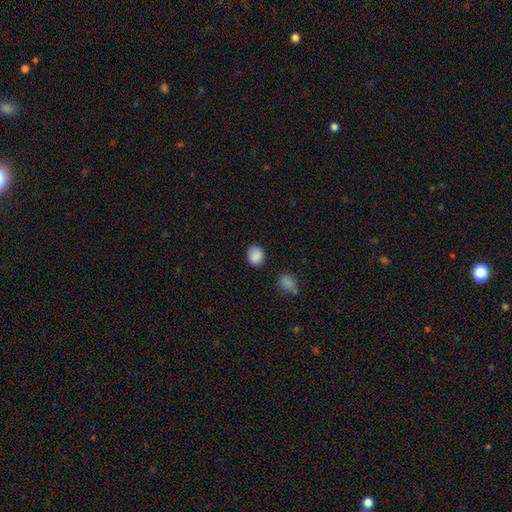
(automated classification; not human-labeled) Smooth or featured: smooth — 88% (star or artifact — 9%)
How rounded: round — 62% (in between — 37%)
Merging: none — 83% (minor disturbance — 11%)